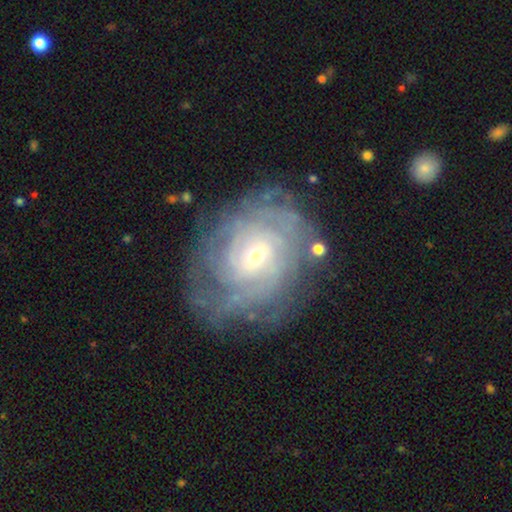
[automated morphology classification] A featured or disk galaxy (84%) with no bar (50%), tight (76%) spiral arms (94%) and a small central bulge (68%).

Vote fractions:
- Smooth or featured? featured or disk: 84% / smooth: 9% / star or artifact: 7%
- Edge-on disk? no: 97% / yes: 3%
- Bar? no: 50% / weak: 40% / strong: 10%
- Spiral arms? yes: 94% / no: 6%
- Spiral winding? tight: 76% / medium: 19% / loose: 5%
- Spiral arm count? can't tell: 45% / 4: 16% / more than 4: 11% / 2: 11% / 3: 11% / 1: 5%
- Bulge size? small: 68% / moderate: 29% / large: 2% / none: 1% / dominant: 1%
- Merging? none: 74% / minor disturbance: 16% / major disturbance: 8% / merger: 2%